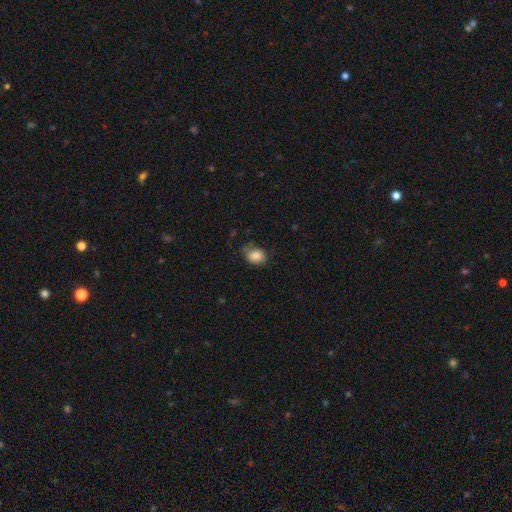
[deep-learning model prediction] This appears to be a smooth galaxy with no disk features (85%) that is in between round and cigar-shaped (59%). Merging: none (65%).